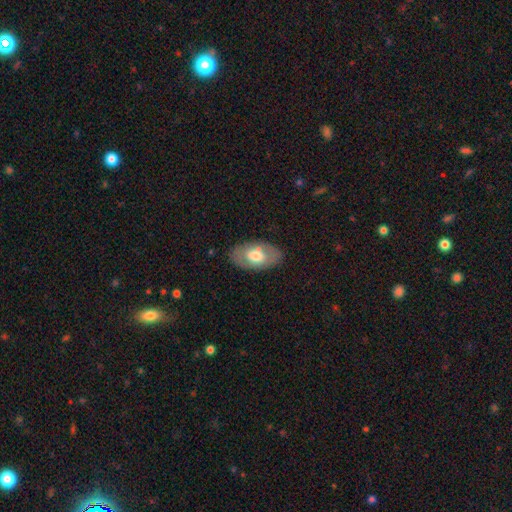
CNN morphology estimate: Smooth or featured?
  - smooth: 59% *
  - featured or disk: 35%
  - star or artifact: 6%
How rounded?
  - in between: 93% *
  - round: 5%
  - cigar-shaped: 2%
Merging?
  - none: 80% *
  - minor disturbance: 14%
  - major disturbance: 4%
  - merger: 2%